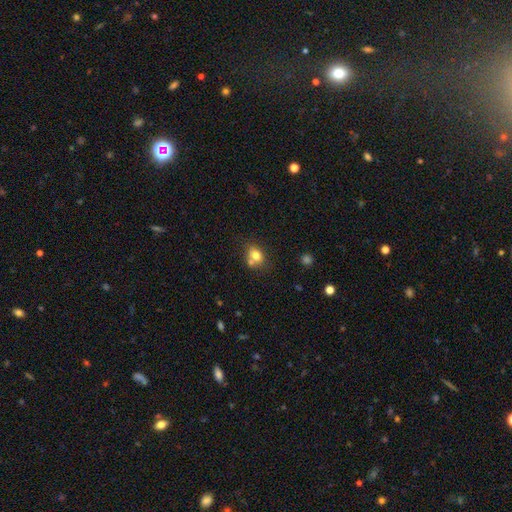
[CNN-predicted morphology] Smooth or featured? Predicted: smooth (p=0.75). How rounded? Predicted: in between (p=0.56). Merging? Predicted: none (p=0.49).